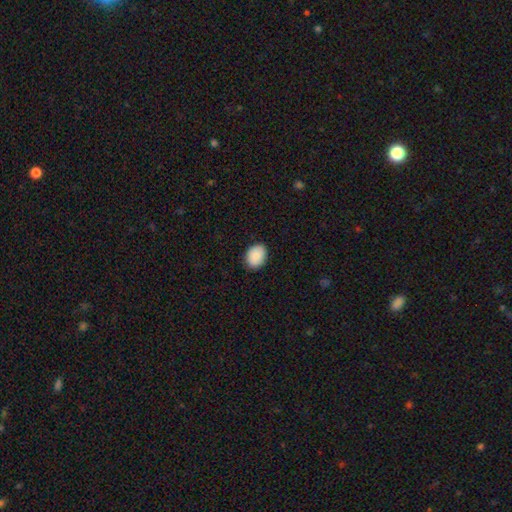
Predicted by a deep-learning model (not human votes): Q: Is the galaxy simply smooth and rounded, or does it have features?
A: smooth — 88%.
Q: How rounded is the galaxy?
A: in between — 60%.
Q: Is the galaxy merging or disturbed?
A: none — 88%.